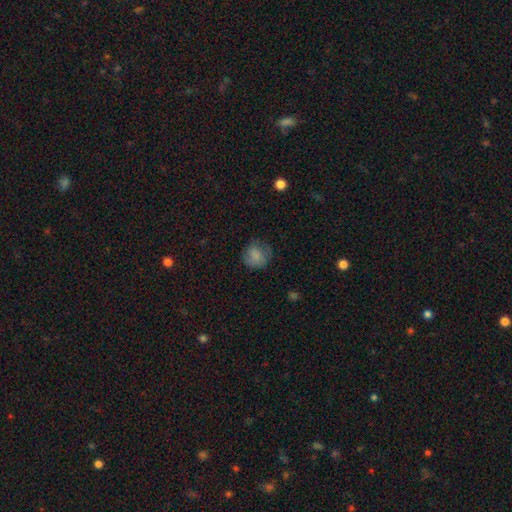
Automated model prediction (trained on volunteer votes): A smooth galaxy with no disk features (78%) that is round (79%). Merging: none (61%).